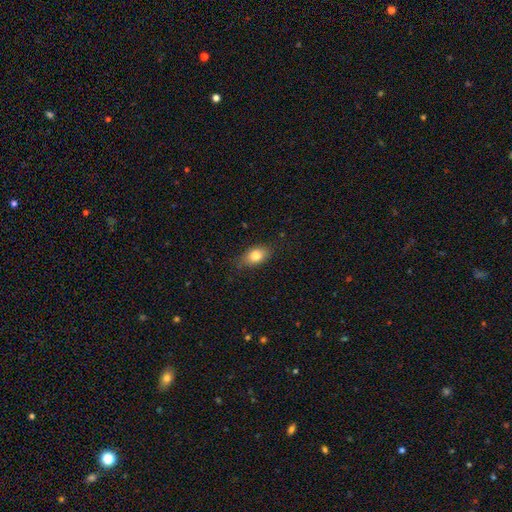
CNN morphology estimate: Smooth or featured? Predicted: smooth (p=0.81). How rounded? Predicted: in between (p=0.82). Merging? Predicted: none (p=0.75).